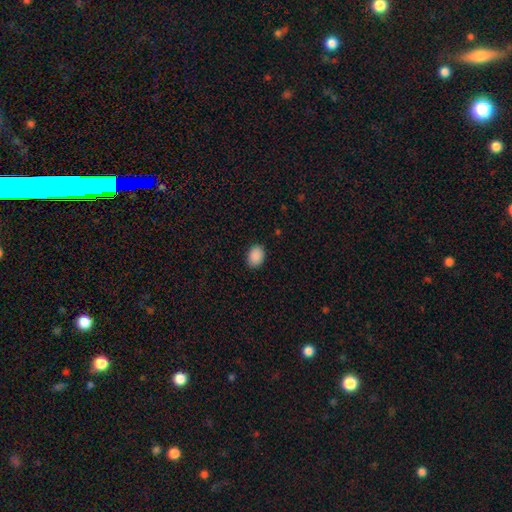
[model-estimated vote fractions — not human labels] This appears to be a smooth galaxy with no disk features (90%) that is in between round and cigar-shaped (70%). Merging: none (89%).